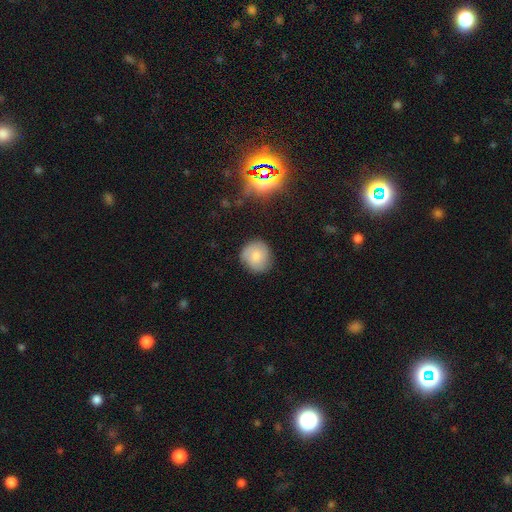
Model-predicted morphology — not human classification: type=smooth (71%); roundness=round (89%); merging=none (80%).